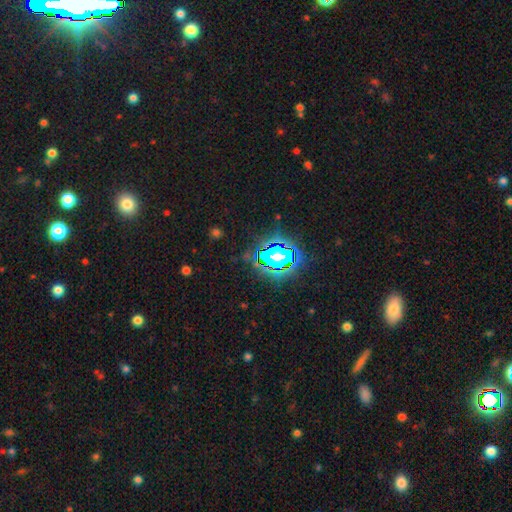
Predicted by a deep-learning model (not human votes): Smooth or featured?
  - star or artifact: 79% *
  - smooth: 13%
  - featured or disk: 8%